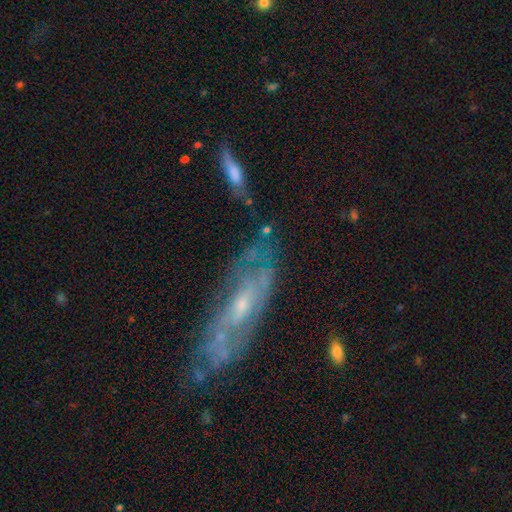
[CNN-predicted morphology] smooth_or_featured: featured or disk (p=0.67) [alt: smooth p=0.24]
disk_edge_on: no (p=0.72) [alt: yes p=0.28]
merging: none (p=0.58) [alt: minor disturbance p=0.23]